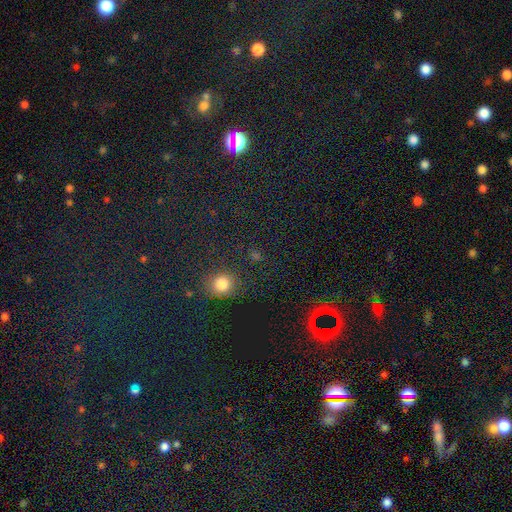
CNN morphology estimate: smooth-or-featured: smooth: 66% | star or artifact: 27% | featured or disk: 7%
  how-rounded: round: 86% | in between: 13% | cigar-shaped: 2%
  merging: none: 86% | minor disturbance: 8% | major disturbance: 4% | merger: 3%